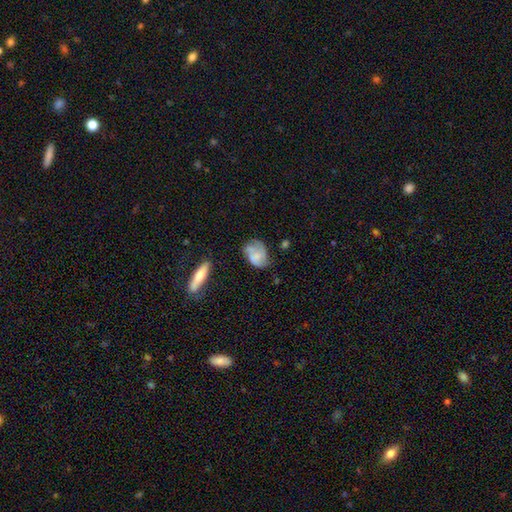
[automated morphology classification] A featured or disk galaxy (55%) with no bar (73%), spiral arms (75%) and no central bulge (39%).

Vote fractions:
- Smooth or featured? featured or disk: 55% / smooth: 37% / star or artifact: 8%
- Edge-on disk? no: 96% / yes: 4%
- Bar? no: 73% / weak: 23% / strong: 4%
- Spiral arms? yes: 75% / no: 25%
- Bulge size? none: 39% / small: 33% / moderate: 21% / large: 5% / dominant: 2%
- Merging? none: 51% / minor disturbance: 27% / major disturbance: 15% / merger: 7%